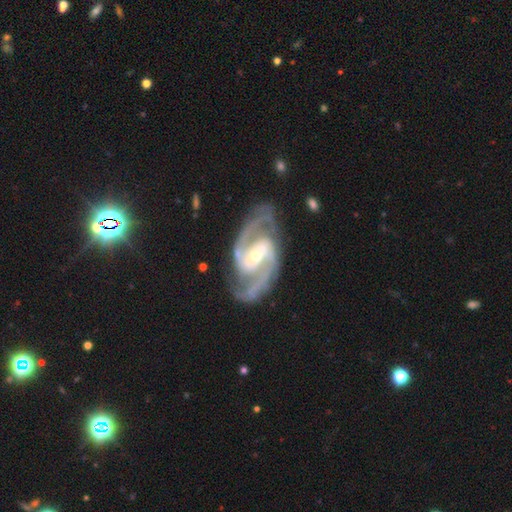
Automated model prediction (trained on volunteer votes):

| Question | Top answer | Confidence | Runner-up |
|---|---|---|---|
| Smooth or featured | featured or disk | 93% | star or artifact (4%) |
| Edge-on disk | no | 97% | yes (3%) |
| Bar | strong | 42% | weak (39%) |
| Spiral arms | yes | 98% | no (2%) |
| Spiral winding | medium | 61% | tight (23%) |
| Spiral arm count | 2 | 89% | 3 (4%) |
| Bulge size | small | 56% | moderate (40%) |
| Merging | none | 77% | minor disturbance (15%) |